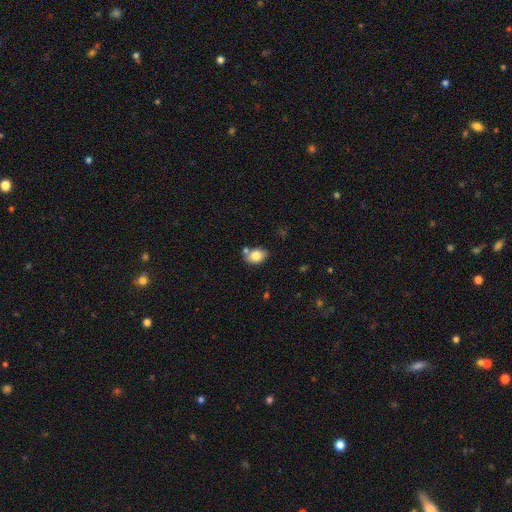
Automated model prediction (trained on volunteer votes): A smooth galaxy with no disk features (81%) that is in between round and cigar-shaped (74%).

Vote fractions:
- Smooth or featured? smooth: 81% / featured or disk: 11% / star or artifact: 8%
- How rounded? in between: 74% / round: 25% / cigar-shaped: 1%
- Merging? none: 61% / merger: 18% / minor disturbance: 17% / major disturbance: 4%